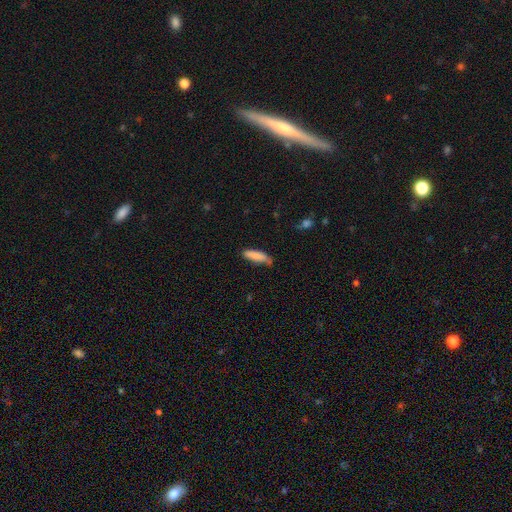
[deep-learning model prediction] Smooth or featured?
  - smooth: 85% *
  - featured or disk: 9%
  - star or artifact: 7%
How rounded?
  - cigar-shaped: 61% *
  - in between: 38%
  - round: 2%
Merging?
  - none: 60% *
  - minor disturbance: 30%
  - major disturbance: 6%
  - merger: 4%